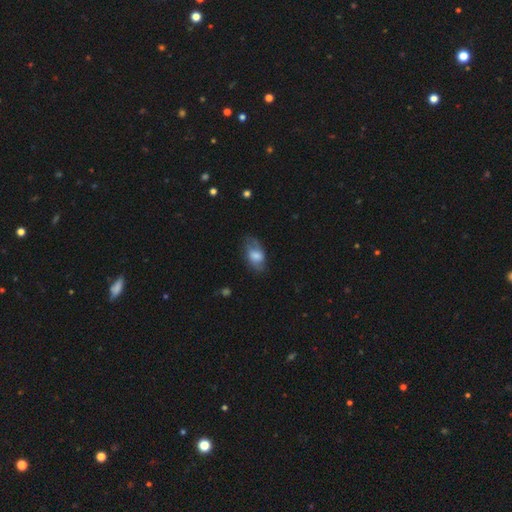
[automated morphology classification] smooth-or-featured: smooth: 60% | featured or disk: 33% | star or artifact: 7%
  how-rounded: in between: 88% | round: 9% | cigar-shaped: 3%
  merging: none: 62% | minor disturbance: 25% | major disturbance: 11% | merger: 1%